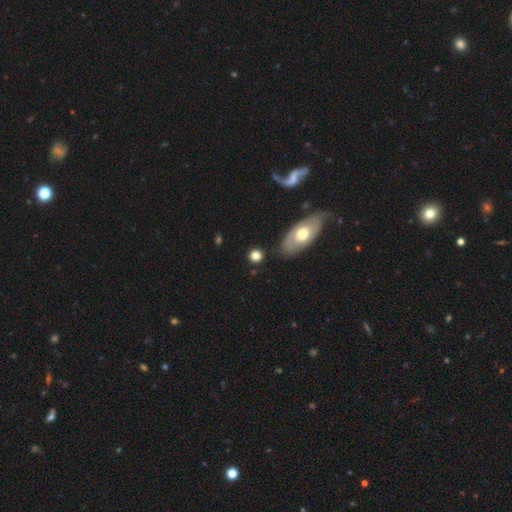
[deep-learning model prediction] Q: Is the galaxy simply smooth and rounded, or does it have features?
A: smooth — 77%.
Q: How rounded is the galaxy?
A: round — 80%.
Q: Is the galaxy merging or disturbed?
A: none — 82%.